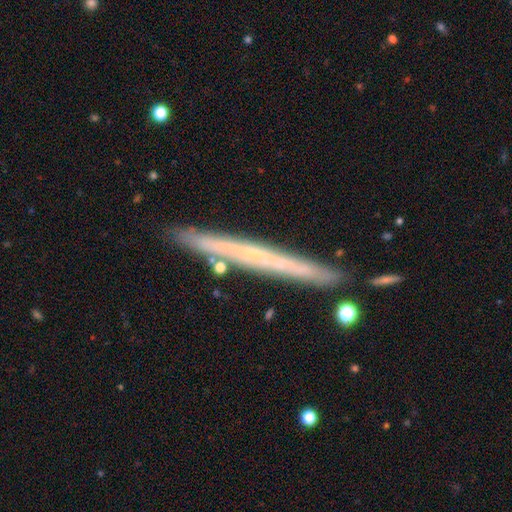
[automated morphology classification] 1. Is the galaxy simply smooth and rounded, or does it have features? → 62% featured or disk, 31% smooth, 7% star or artifact.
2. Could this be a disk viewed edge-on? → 95% yes, 5% no.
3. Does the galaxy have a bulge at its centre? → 85% none, 12% rounded, 3% boxy.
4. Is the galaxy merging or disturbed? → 86% none, 9% minor disturbance, 3% merger, 2% major disturbance.